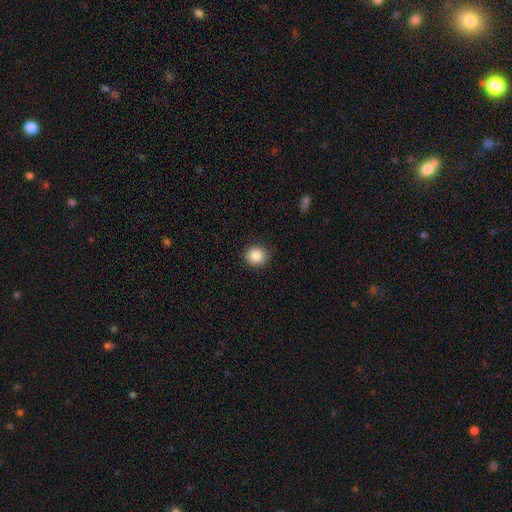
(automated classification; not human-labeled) The model was most divided on "how rounded": round: 83%, in between: 16%, cigar-shaped: 1%. More confident: merging — none (90%); smooth or featured — smooth (87%).